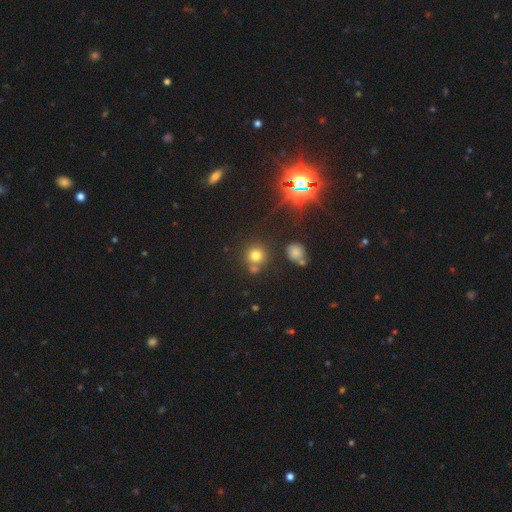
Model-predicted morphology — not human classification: smooth_or_featured: smooth (p=0.71) [alt: star or artifact p=0.20]
how_rounded: round (p=0.91) [alt: in between p=0.08]
merging: none (p=0.68) [alt: merger p=0.19]